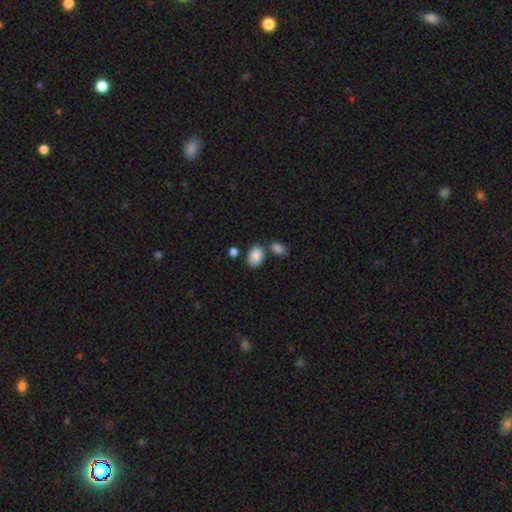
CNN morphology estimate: This appears to be a smooth galaxy with no disk features (87%) that is in between round and cigar-shaped (83%). Merging: none (67%).